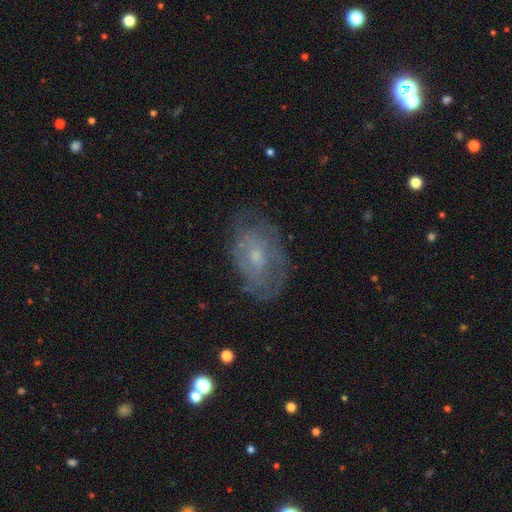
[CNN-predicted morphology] Smooth or featured: featured or disk — 60% (smooth — 31%)
Edge-on disk: no — 95% (yes — 5%)
Bar: no — 68% (weak — 28%)
Spiral arms: yes — 59% (no — 41%)
Bulge size: small — 57% (moderate — 35%)
Merging: none — 64% (minor disturbance — 23%)